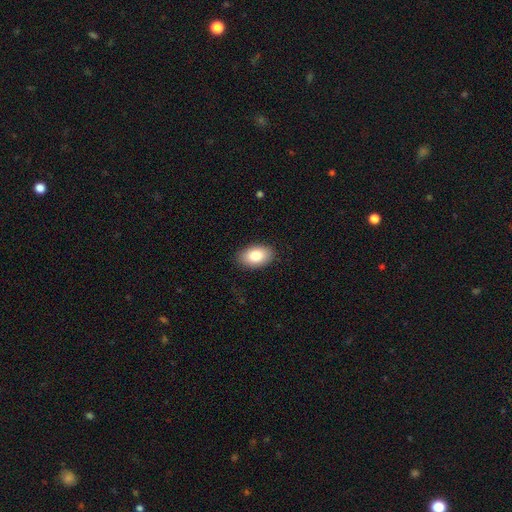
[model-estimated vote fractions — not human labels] A smooth galaxy with no disk features (86%) that is in between round and cigar-shaped (93%). Merging: none (87%).